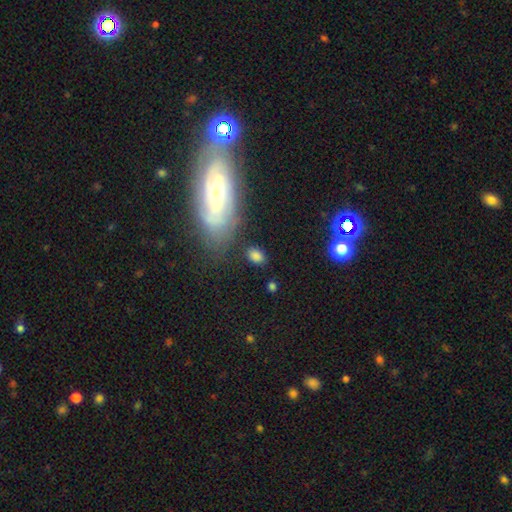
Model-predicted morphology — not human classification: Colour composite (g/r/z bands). It shows a smooth galaxy with no disk features (82%) that is in between round and cigar-shaped (81%). Merging: none (78%).